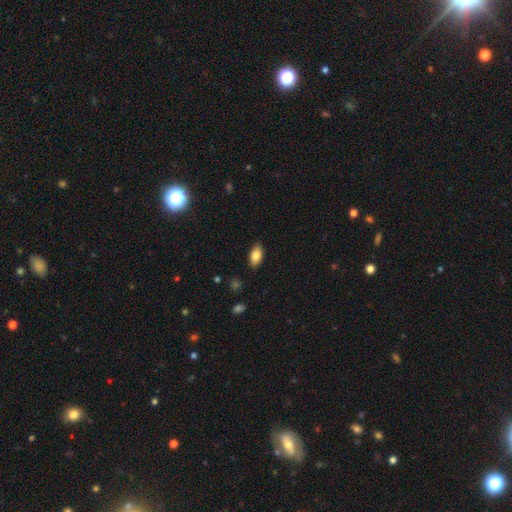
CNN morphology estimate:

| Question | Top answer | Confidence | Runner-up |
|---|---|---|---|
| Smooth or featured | smooth | 83% | featured or disk (10%) |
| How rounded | in between | 91% | cigar-shaped (5%) |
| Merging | none | 86% | minor disturbance (11%) |